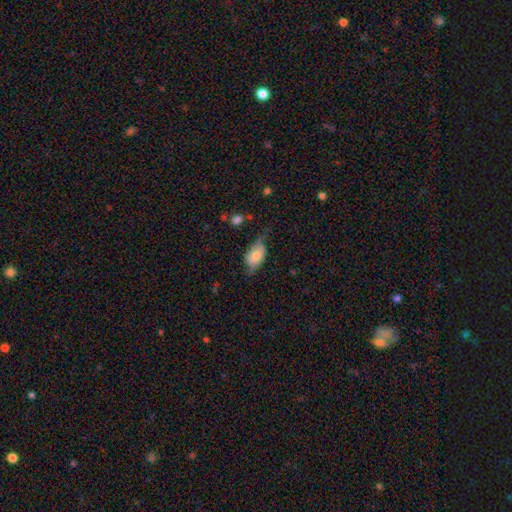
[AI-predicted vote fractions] Smooth or featured: smooth — 67% (featured or disk — 25%)
How rounded: in between — 89% (round — 9%)
Merging: none — 44% (minor disturbance — 39%)